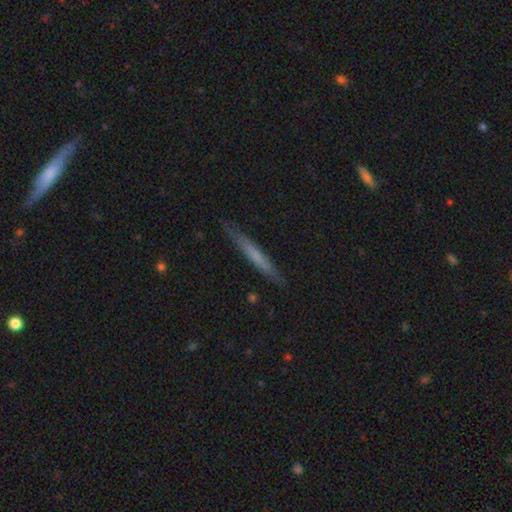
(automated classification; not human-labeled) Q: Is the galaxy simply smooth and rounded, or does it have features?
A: smooth — 55%.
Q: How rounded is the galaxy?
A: cigar-shaped — 96%.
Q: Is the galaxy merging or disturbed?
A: none — 86%.